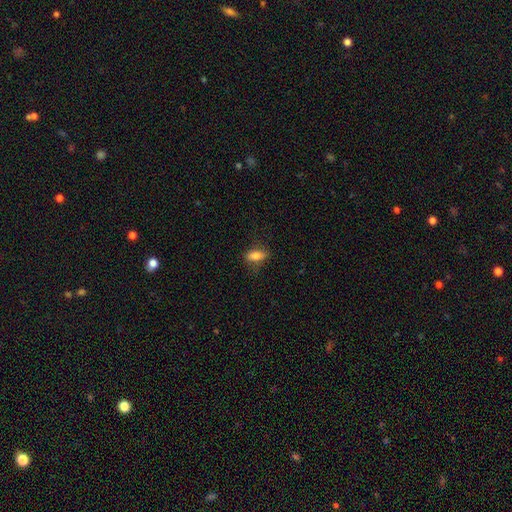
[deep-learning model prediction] A smooth galaxy with no disk features (80%) that is in between round and cigar-shaped (80%).

Vote fractions:
- Smooth or featured? smooth: 80% / featured or disk: 12% / star or artifact: 8%
- How rounded? in between: 80% / cigar-shaped: 14% / round: 6%
- Merging? none: 77% / minor disturbance: 17% / major disturbance: 5% / merger: 1%